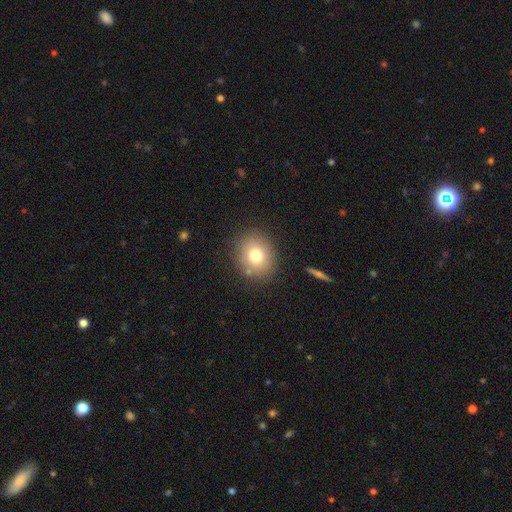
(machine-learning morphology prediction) A smooth galaxy with no disk features (76%) that is round (69%).

Vote fractions:
- Smooth or featured? smooth: 76% / featured or disk: 13% / star or artifact: 12%
- How rounded? round: 69% / in between: 30% / cigar-shaped: 1%
- Merging? none: 83% / minor disturbance: 10% / major disturbance: 4% / merger: 3%